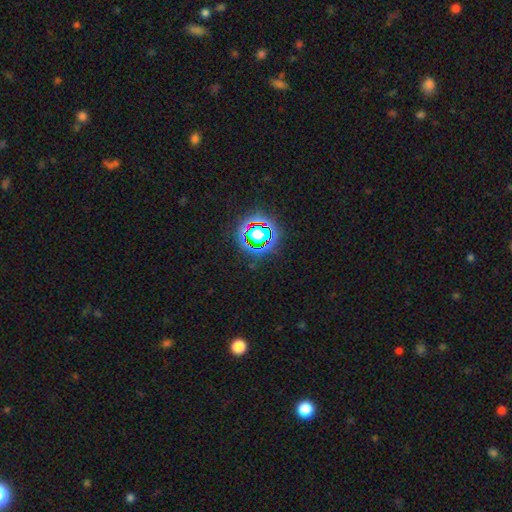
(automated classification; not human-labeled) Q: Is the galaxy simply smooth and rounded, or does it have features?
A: star or artifact — 79%.